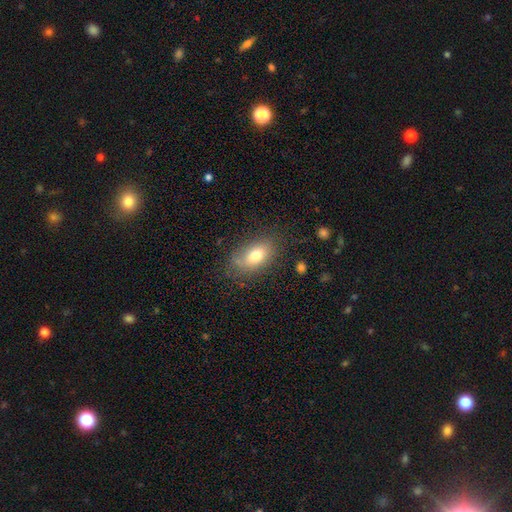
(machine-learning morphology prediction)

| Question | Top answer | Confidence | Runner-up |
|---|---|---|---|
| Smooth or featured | smooth | 74% | featured or disk (16%) |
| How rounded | in between | 87% | round (10%) |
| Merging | none | 70% | minor disturbance (20%) |